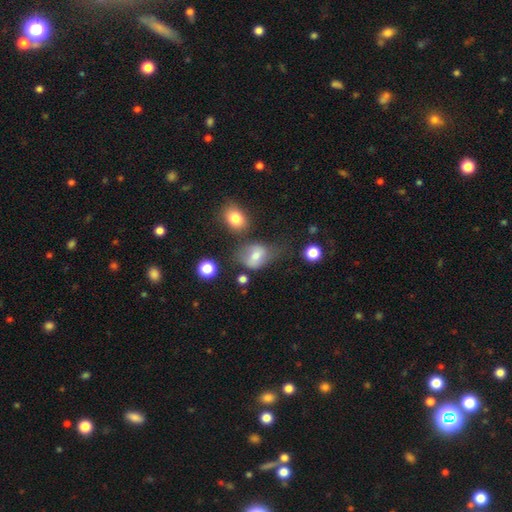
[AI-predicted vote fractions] Smooth or featured? Predicted: smooth (p=0.65). How rounded? Predicted: in between (p=0.66). Merging? Predicted: none (p=0.43).